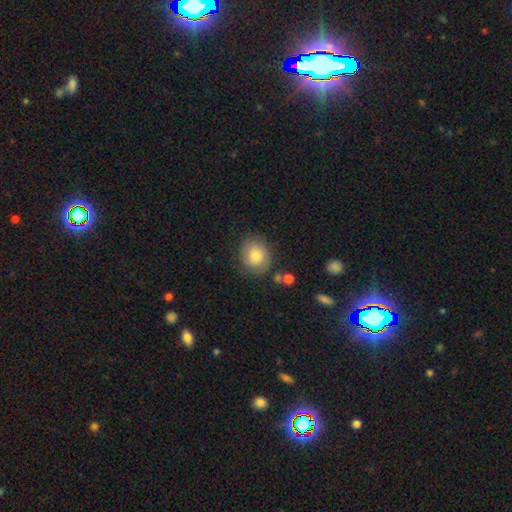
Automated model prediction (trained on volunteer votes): Morphology: type=smooth (77%); roundness=round (71%); merging=none (77%).